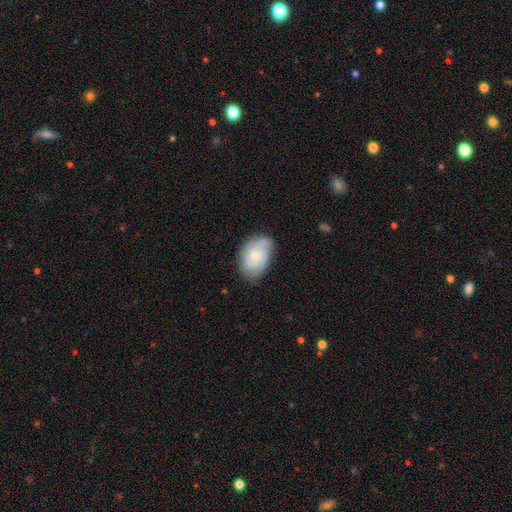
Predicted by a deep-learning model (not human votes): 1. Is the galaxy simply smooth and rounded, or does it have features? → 52% featured or disk, 41% smooth, 6% star or artifact.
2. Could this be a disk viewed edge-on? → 96% no, 4% yes.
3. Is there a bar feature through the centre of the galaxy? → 75% no, 23% weak, 3% strong.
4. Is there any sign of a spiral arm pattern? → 86% yes, 14% no.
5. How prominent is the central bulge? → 55% small, 37% moderate, 5% none, 3% large, 1% dominant.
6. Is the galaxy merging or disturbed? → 69% none, 24% minor disturbance, 6% major disturbance, 2% merger.